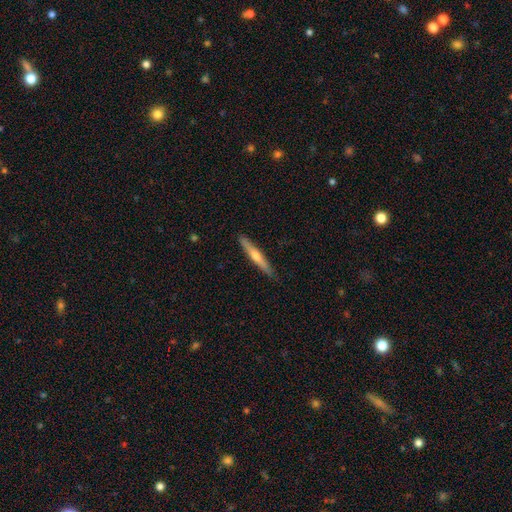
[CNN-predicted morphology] featured or disk 57%, smooth 38%, star or artifact 5%. Down the decision tree: edge-on disk — yes (96%); edge-on bulge — rounded (82%); merging — none (90%).